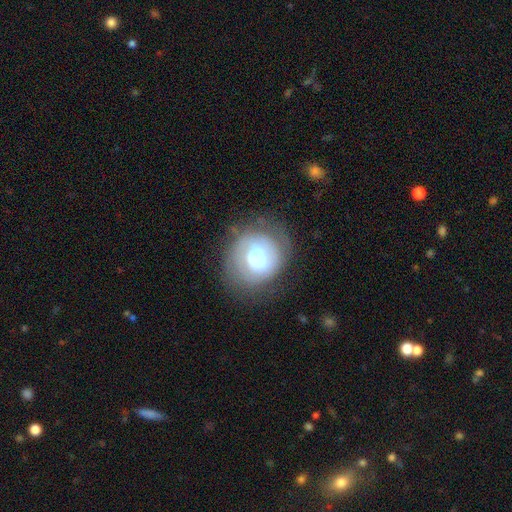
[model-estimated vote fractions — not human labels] Smooth or featured?
  - featured or disk: 53% *
  - smooth: 38%
  - star or artifact: 9%
Edge-on disk?
  - no: 97% *
  - yes: 3%
Bar?
  - no: 48% *
  - weak: 38%
  - strong: 15%
Spiral arms?
  - yes: 67% *
  - no: 33%
Bulge size?
  - moderate: 46% *
  - large: 40%
  - dominant: 8%
  - small: 4%
  - none: 1%
Merging?
  - none: 67% *
  - minor disturbance: 18%
  - major disturbance: 13%
  - merger: 2%